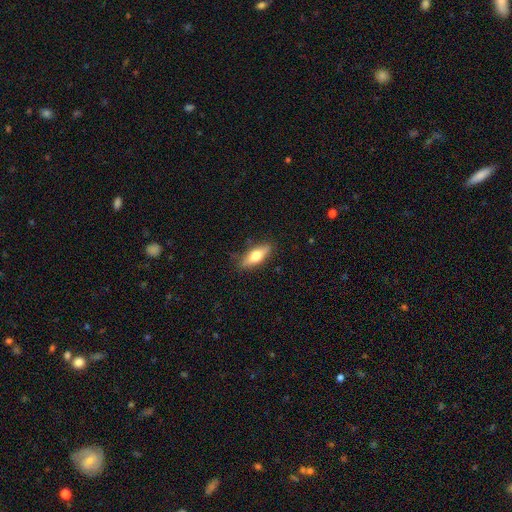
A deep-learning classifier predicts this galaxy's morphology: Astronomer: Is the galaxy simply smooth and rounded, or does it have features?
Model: smooth — 64%.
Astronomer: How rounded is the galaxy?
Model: in between — 60% (runner-up: cigar-shaped, 37%).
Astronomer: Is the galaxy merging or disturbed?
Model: none — 84%.